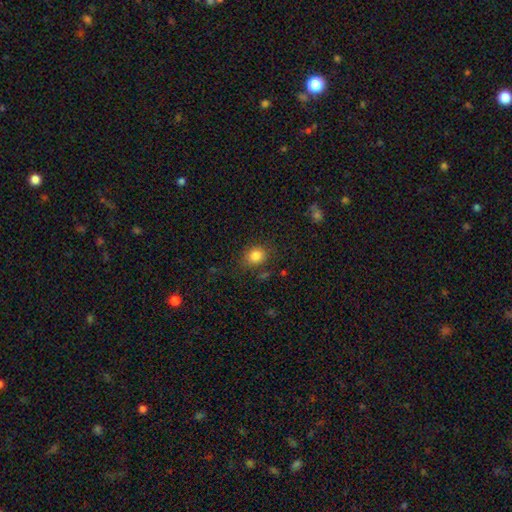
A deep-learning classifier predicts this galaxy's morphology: smooth-or-featured: smooth: 83% | star or artifact: 11% | featured or disk: 6%
  how-rounded: round: 64% | in between: 35% | cigar-shaped: 1%
  merging: none: 78% | minor disturbance: 15% | major disturbance: 5% | merger: 3%